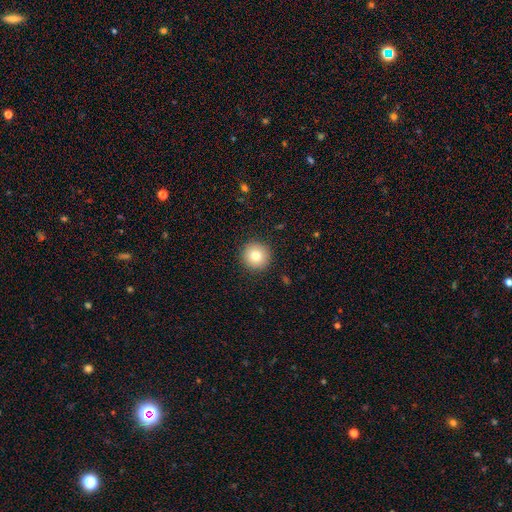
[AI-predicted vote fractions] Smooth or featured? Predicted: smooth (p=0.79). How rounded? Predicted: round (p=0.96). Merging? Predicted: none (p=0.92).